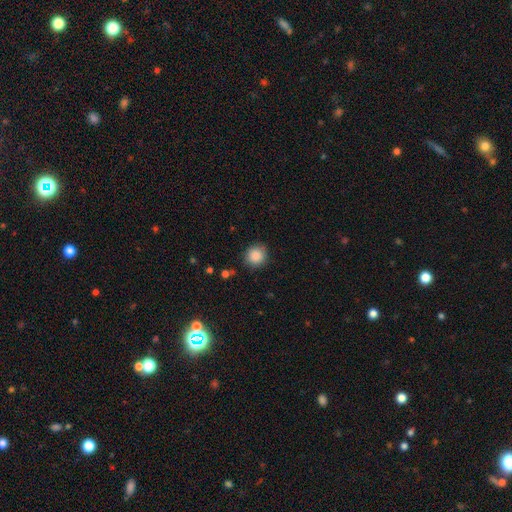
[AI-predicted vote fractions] smooth 87%, star or artifact 9%, featured or disk 4%. Down the decision tree: how rounded — round (90%); merging — none (86%).